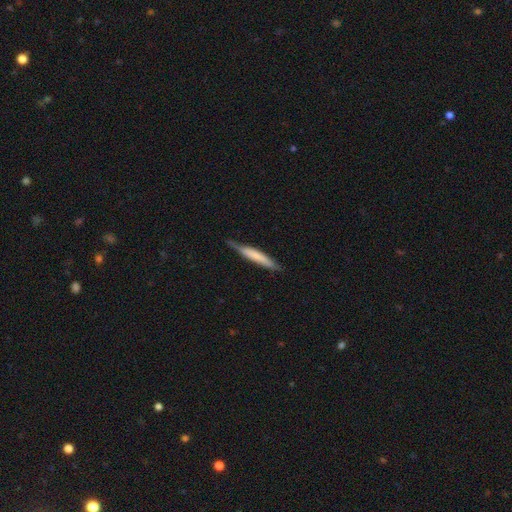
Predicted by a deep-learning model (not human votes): Q: Smooth or featured?
A: smooth (62%); runner-up: featured or disk (33%)
Q: How rounded?
A: cigar-shaped (92%); runner-up: in between (6%)
Q: Merging?
A: none (68%); runner-up: minor disturbance (26%)